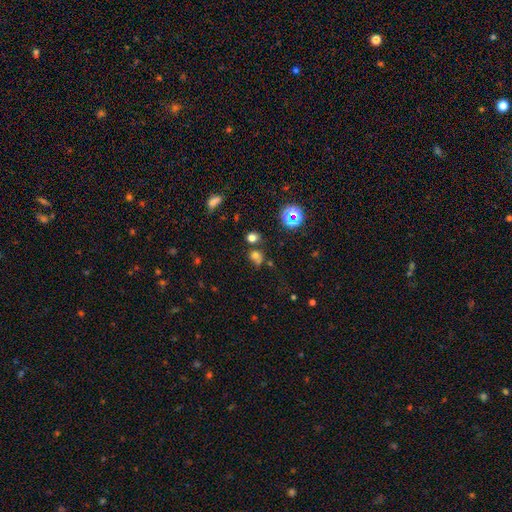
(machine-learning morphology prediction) smooth 62%, star or artifact 27%, featured or disk 10%. Down the decision tree: how rounded — round (75%); merging — none (56%).